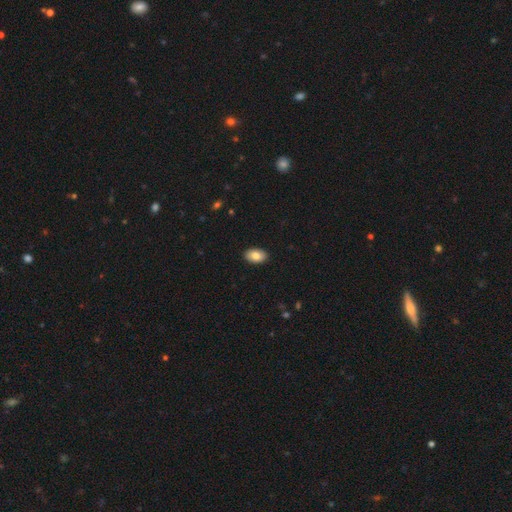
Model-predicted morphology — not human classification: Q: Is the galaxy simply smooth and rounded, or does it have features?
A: smooth — 82%.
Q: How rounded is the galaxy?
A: in between — 92%.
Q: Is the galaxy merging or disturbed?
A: none — 90%.